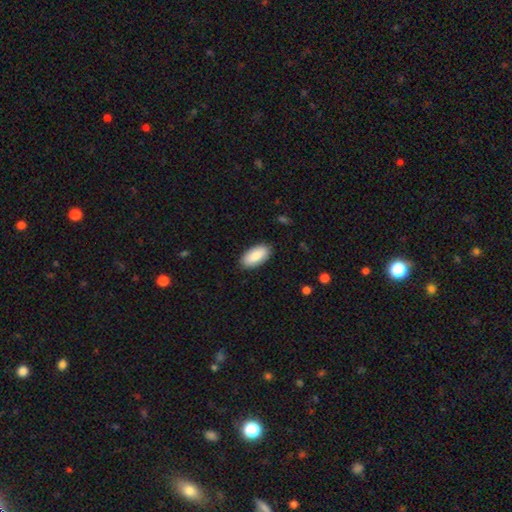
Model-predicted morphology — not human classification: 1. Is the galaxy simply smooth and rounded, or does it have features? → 85% smooth, 9% featured or disk, 6% star or artifact.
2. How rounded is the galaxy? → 94% in between, 4% cigar-shaped, 2% round.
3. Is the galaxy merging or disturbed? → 88% none, 9% minor disturbance, 2% major disturbance, 1% merger.